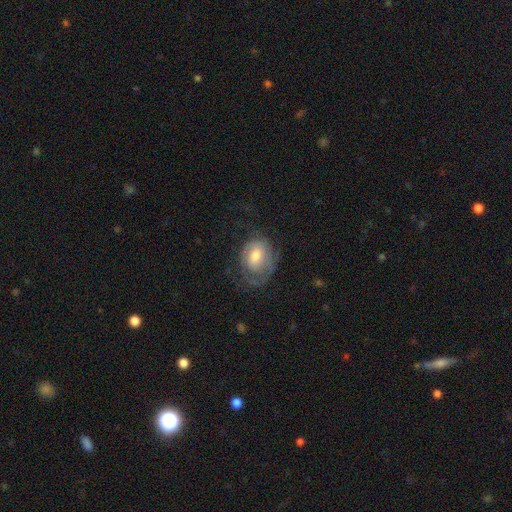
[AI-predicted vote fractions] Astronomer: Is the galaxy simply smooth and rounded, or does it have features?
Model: featured or disk — 54% (runner-up: smooth, 38%).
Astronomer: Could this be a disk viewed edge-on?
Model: no — 96%.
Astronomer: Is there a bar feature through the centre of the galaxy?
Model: no — 59%.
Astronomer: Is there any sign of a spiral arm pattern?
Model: yes — 71%.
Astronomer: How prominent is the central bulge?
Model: moderate — 64%.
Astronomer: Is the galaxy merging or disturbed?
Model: none — 51%.